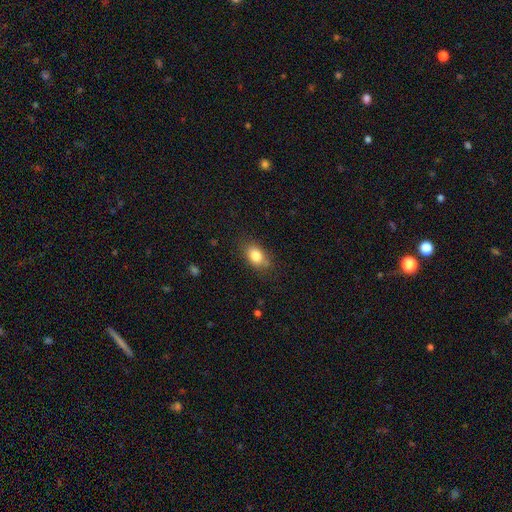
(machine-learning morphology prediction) Smooth or featured? Predicted: smooth (p=0.83). How rounded? Predicted: in between (p=0.81). Merging? Predicted: none (p=0.76).